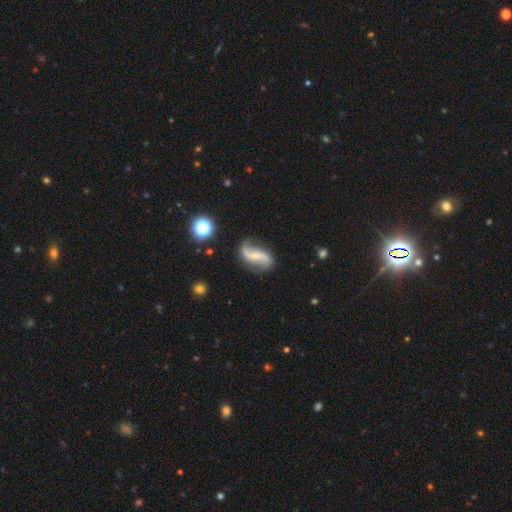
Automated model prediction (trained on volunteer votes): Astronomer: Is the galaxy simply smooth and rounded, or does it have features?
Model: featured or disk — 85%.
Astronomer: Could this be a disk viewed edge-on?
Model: no — 96%.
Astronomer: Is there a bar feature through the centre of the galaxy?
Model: weak — 34%, tied with no at 34%.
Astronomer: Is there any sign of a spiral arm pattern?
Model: yes — 96%.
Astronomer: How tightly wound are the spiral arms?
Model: loose — 86%.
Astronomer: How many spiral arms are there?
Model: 2 — 92%.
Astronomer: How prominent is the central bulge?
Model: small — 60%.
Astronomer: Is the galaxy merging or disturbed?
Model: none — 75%.